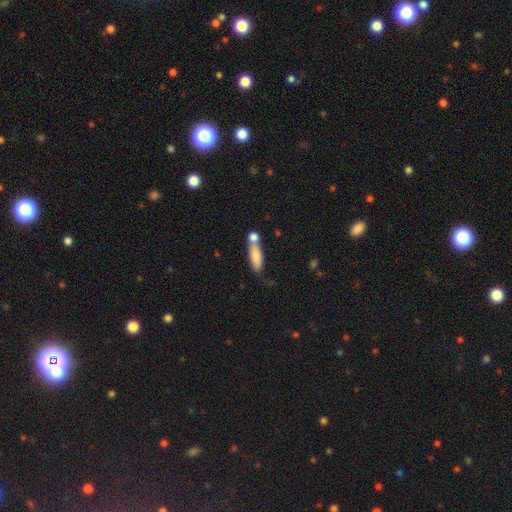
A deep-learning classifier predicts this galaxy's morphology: smooth 78%, featured or disk 15%, star or artifact 7%. Down the decision tree: how rounded — cigar-shaped (51%); merging — none (40%).